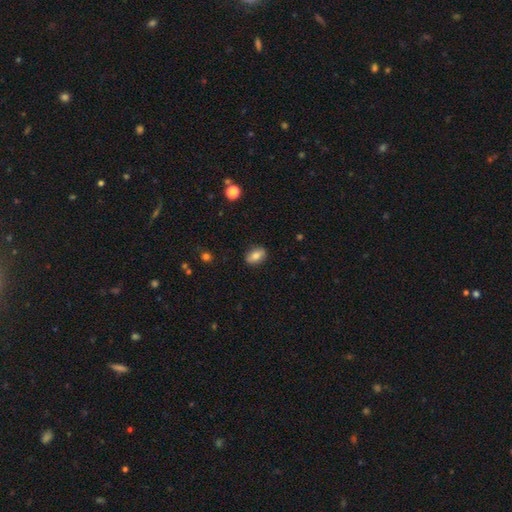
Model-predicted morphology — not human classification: type=smooth (78%); roundness=in between (84%); merging=none (87%).